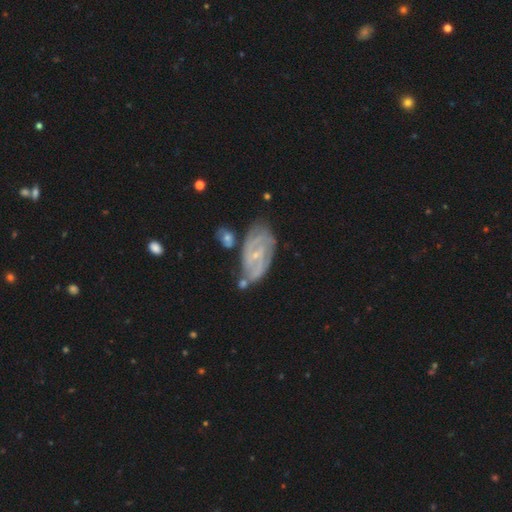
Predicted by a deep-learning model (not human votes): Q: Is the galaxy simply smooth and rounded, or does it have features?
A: featured or disk — 83%.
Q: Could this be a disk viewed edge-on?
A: no — 95%.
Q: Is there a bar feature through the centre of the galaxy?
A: weak — 46%.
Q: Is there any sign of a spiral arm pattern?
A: yes — 93%.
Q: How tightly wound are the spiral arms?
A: tight — 54%.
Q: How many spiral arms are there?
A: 2 — 44%.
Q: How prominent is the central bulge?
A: small — 77%.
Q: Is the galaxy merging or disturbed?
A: none — 55%.